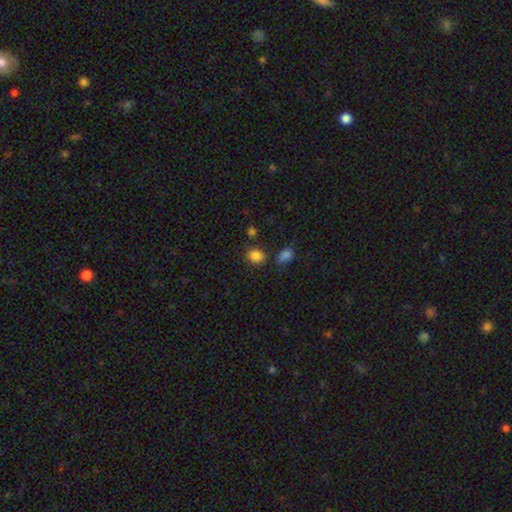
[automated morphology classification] smooth-or-featured: smooth: 85% | star or artifact: 11% | featured or disk: 4%
  how-rounded: round: 59% | in between: 40% | cigar-shaped: 1%
  merging: none: 74% | minor disturbance: 14% | merger: 8% | major disturbance: 4%